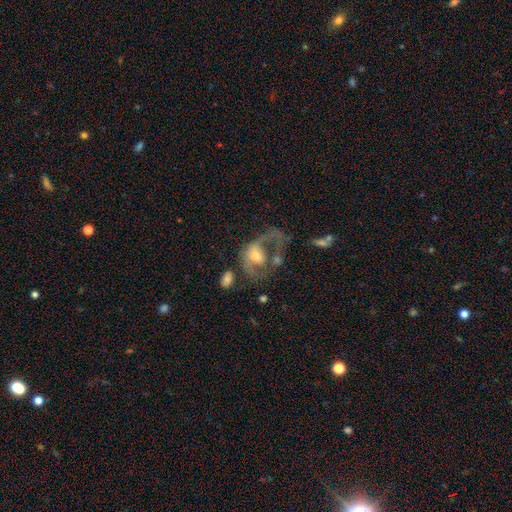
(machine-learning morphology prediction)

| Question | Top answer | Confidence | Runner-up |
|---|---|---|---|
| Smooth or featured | featured or disk | 62% | smooth (28%) |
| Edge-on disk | no | 96% | yes (4%) |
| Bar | no | 68% | weak (25%) |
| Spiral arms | yes | 53% | no (47%) |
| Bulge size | moderate | 56% | small (25%) |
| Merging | major disturbance | 51% | none (20%) |